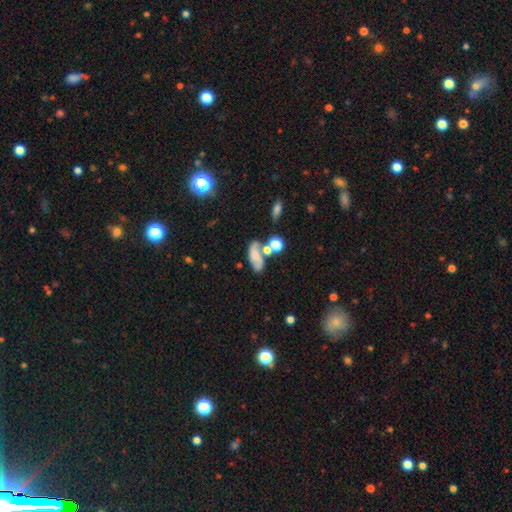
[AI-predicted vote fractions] This appears to be a smooth galaxy with no disk features (45%). Merging: none (46%).